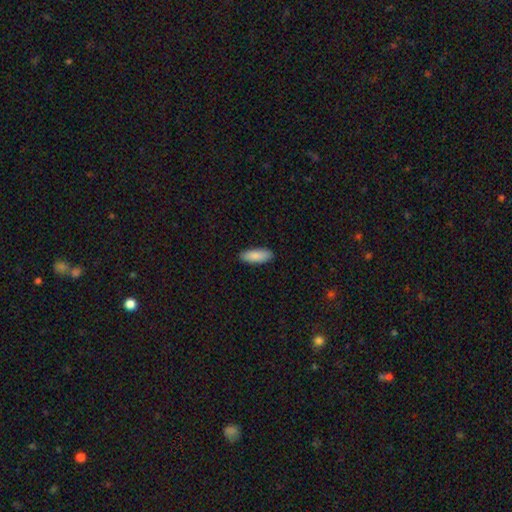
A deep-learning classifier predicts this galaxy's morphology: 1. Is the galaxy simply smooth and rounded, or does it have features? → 88% smooth, 6% featured or disk, 5% star or artifact.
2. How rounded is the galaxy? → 70% in between, 28% cigar-shaped, 2% round.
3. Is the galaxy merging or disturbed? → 89% none, 8% minor disturbance, 2% major disturbance, 1% merger.